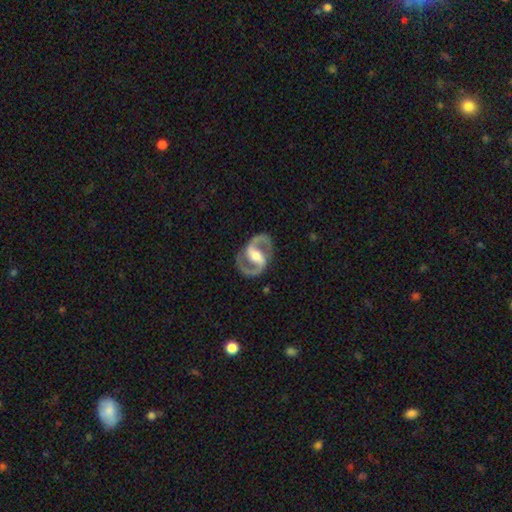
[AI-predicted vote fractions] Overall: featured or disk (91%). Edge-on disk: no (98%). Bar: strong (53%; weak 33%). Spiral arms: yes (96%). Spiral arm count: 2 (94%). Spiral winding: medium (64%). Bulge size: moderate (62%). Merging: none (85%).